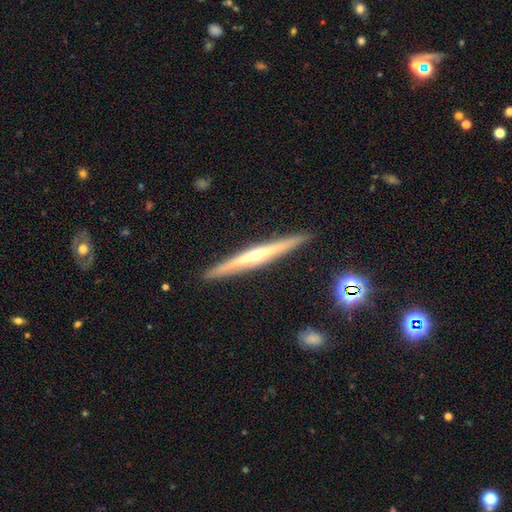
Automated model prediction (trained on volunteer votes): A featured or disk galaxy (76%) viewed edge-on (97%) with a rounded central bulge (80%).

Vote fractions:
- Smooth or featured? featured or disk: 76% / smooth: 18% / star or artifact: 6%
- Edge-on disk? yes: 97% / no: 3%
- Edge-on bulge? rounded: 80% / none: 16% / boxy: 4%
- Merging? none: 91% / minor disturbance: 6% / major disturbance: 1% / merger: 1%